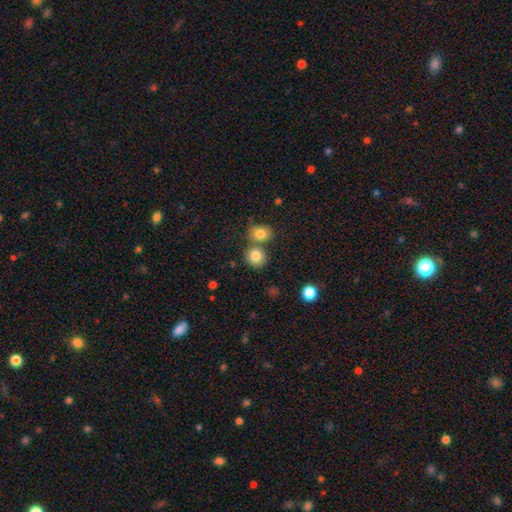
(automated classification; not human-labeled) A smooth galaxy with no disk features (83%) that is round (83%).

Vote fractions:
- Smooth or featured? smooth: 83% / star or artifact: 10% / featured or disk: 7%
- How rounded? round: 83% / in between: 16% / cigar-shaped: 1%
- Merging? none: 61% / merger: 28% / minor disturbance: 8% / major disturbance: 3%